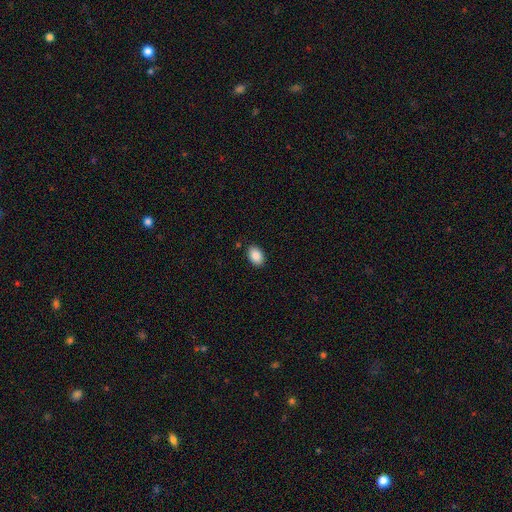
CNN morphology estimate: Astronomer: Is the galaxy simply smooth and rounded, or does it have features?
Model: smooth — 88%.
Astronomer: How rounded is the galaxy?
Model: in between — 87%.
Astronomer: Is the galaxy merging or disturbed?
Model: none — 88%.